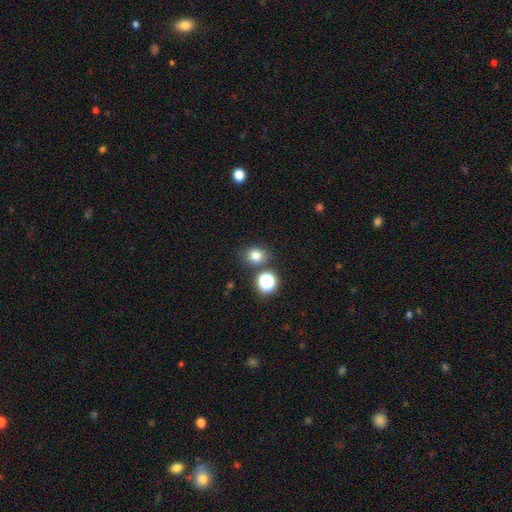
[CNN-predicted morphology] type=smooth (76%); roundness=round (61%); merging=none (74%).